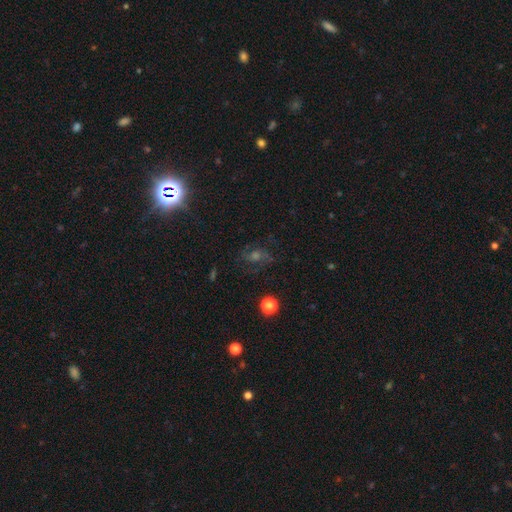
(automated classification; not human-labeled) Smooth or featured: featured or disk — 43% (star or artifact — 37%)
Merging: none — 73% (minor disturbance — 15%)